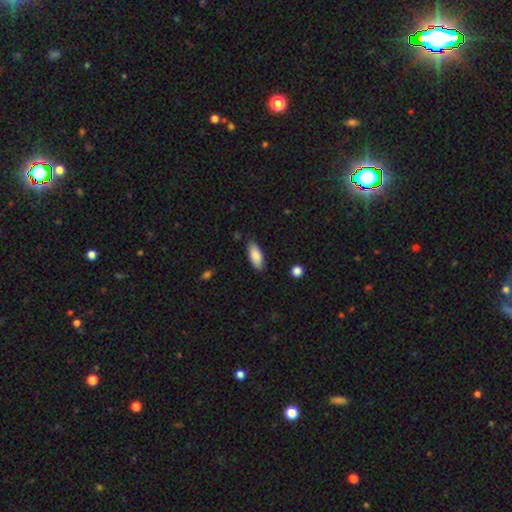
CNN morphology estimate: smooth-or-featured: smooth: 87% | featured or disk: 7% | star or artifact: 6%
  how-rounded: in between: 85% | cigar-shaped: 13% | round: 2%
  merging: none: 84% | minor disturbance: 12% | major disturbance: 2% | merger: 1%